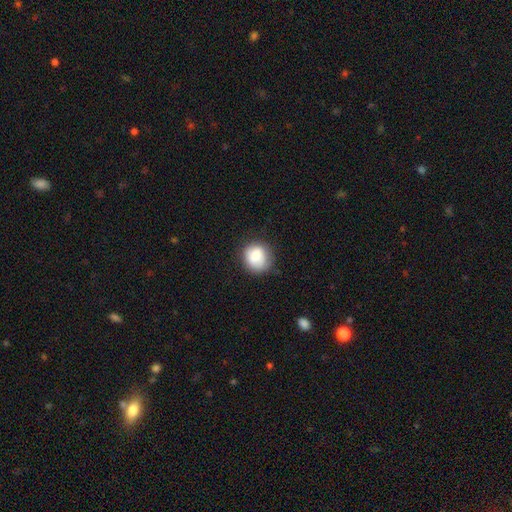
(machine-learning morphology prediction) Smooth or featured? smooth (82%)
How rounded? round (80%)
Merging? none (72%)